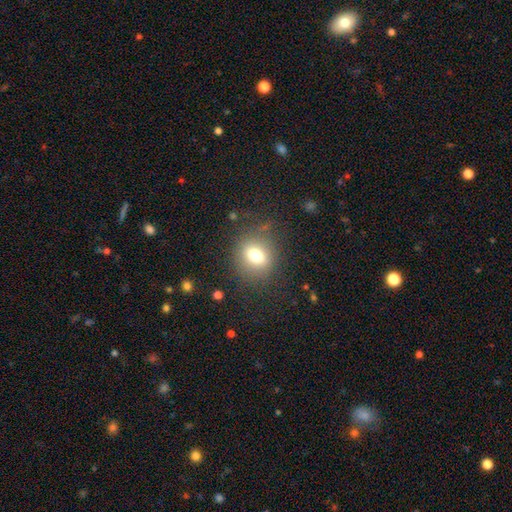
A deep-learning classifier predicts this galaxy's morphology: type=smooth (73%); roundness=round (69%); merging=none (81%).